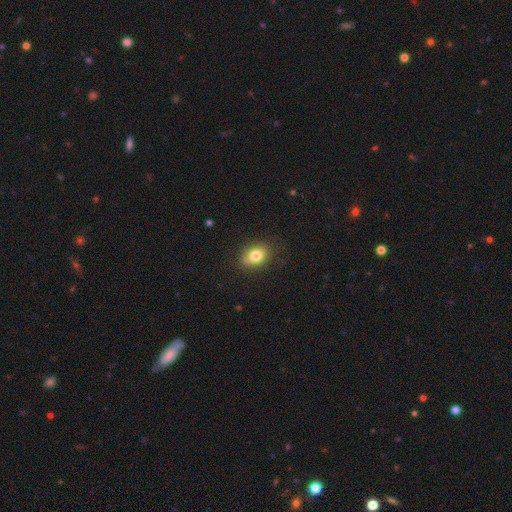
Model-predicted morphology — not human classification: smooth 79%, featured or disk 11%, star or artifact 10%. Down the decision tree: how rounded — in between (72%); merging — none (76%).